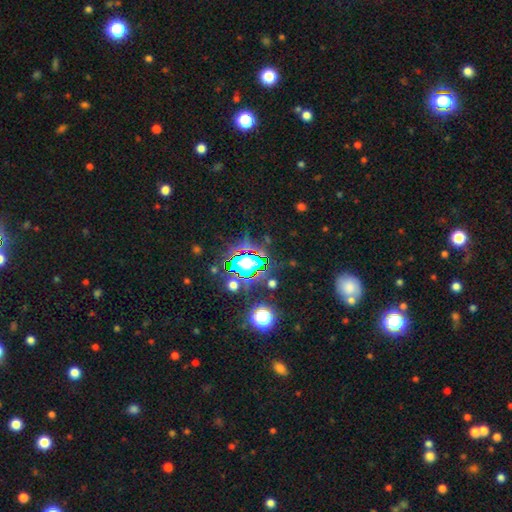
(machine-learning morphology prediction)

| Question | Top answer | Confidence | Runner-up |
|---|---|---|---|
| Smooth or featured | star or artifact | 71% | smooth (19%) |